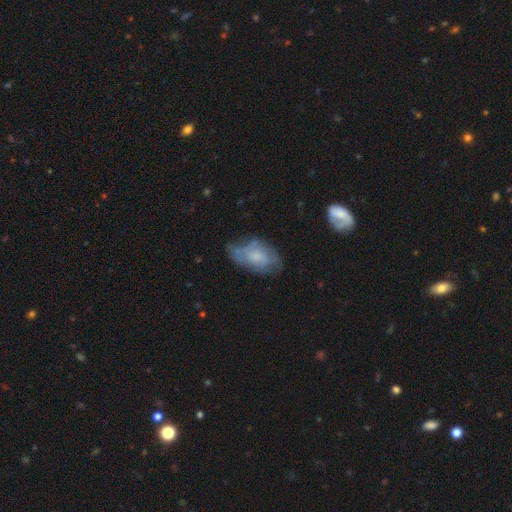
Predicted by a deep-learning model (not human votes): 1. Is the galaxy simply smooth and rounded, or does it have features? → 48% smooth, 44% featured or disk, 8% star or artifact.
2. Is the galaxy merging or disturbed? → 54% none, 30% minor disturbance, 12% major disturbance, 3% merger.